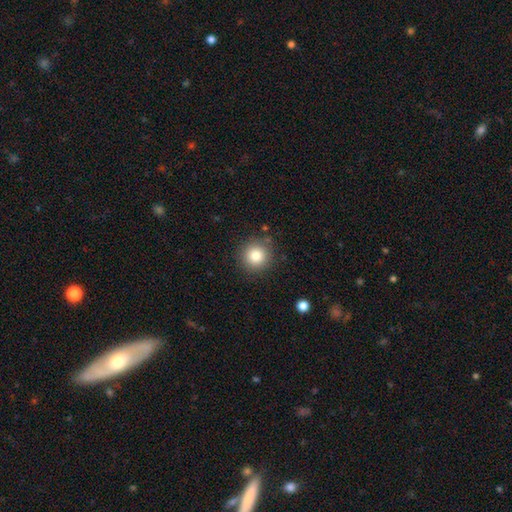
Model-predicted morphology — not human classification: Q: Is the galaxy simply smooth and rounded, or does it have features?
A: smooth — 82%.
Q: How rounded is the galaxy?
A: round — 94%.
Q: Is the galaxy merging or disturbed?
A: none — 87%.